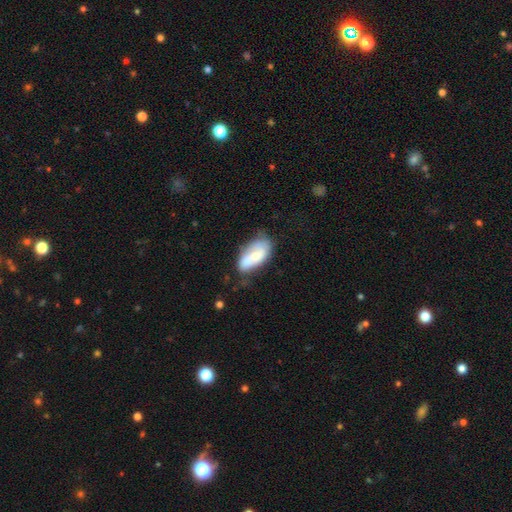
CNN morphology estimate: Overall: smooth (63%; featured or disk 31%). How rounded: in between (91%). Merging: none (43%; minor disturbance 33%).